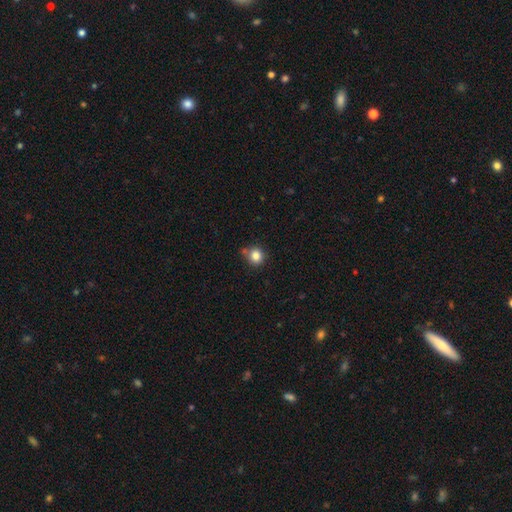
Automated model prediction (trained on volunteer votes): This is clearly a smooth galaxy (83%). How rounded: clearly round (87%). Merging: likely none (72%).